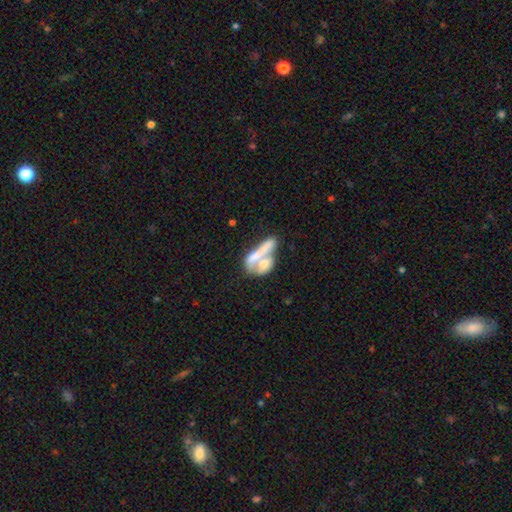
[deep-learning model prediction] Q: Smooth or featured?
A: smooth (54%); runner-up: featured or disk (38%)
Q: How rounded?
A: in between (52%); runner-up: cigar-shaped (36%)
Q: Merging?
A: merger (62%); runner-up: none (20%)